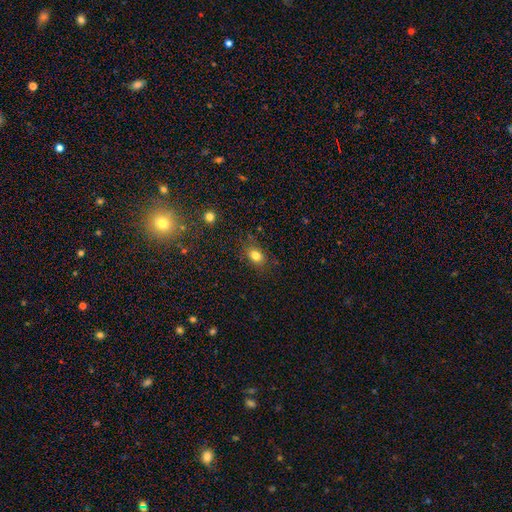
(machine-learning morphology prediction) smooth 81%, star or artifact 11%, featured or disk 8%. Down the decision tree: how rounded — in between (71%); merging — none (80%).